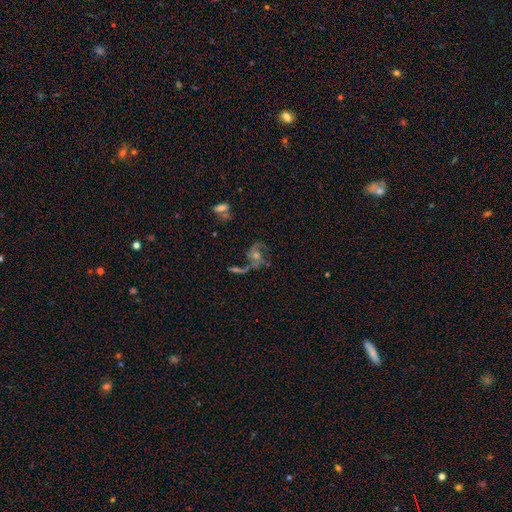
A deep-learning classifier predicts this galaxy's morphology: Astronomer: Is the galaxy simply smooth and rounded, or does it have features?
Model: featured or disk — 77%.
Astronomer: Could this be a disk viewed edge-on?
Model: no — 96%.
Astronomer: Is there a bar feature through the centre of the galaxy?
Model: no — 66%.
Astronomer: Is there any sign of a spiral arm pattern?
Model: yes — 93%.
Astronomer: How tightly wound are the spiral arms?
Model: medium — 46% (runner-up: loose, 40%).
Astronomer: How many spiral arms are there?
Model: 2 — 74%.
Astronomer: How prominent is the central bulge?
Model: moderate — 60%.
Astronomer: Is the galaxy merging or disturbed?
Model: none — 52%.